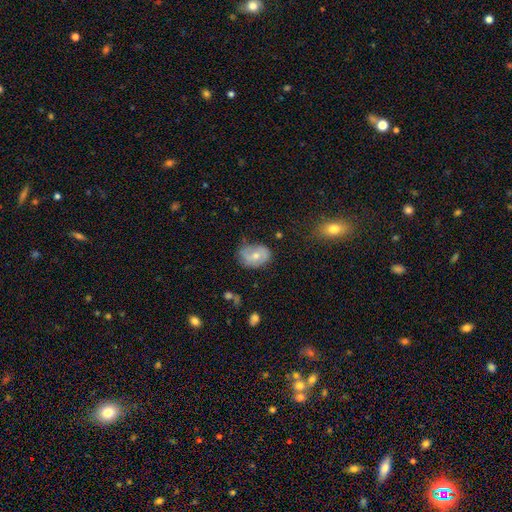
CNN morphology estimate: The model was most divided on "smooth or featured": smooth: 51%, featured or disk: 41%, star or artifact: 8%. More confident: how rounded — in between (70%); merging — none (57%).